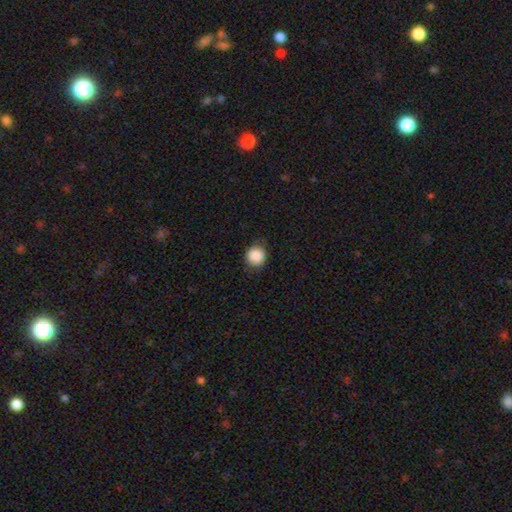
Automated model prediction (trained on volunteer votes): This appears to be a smooth galaxy with no disk features (88%) that is round (90%). Merging: none (82%).